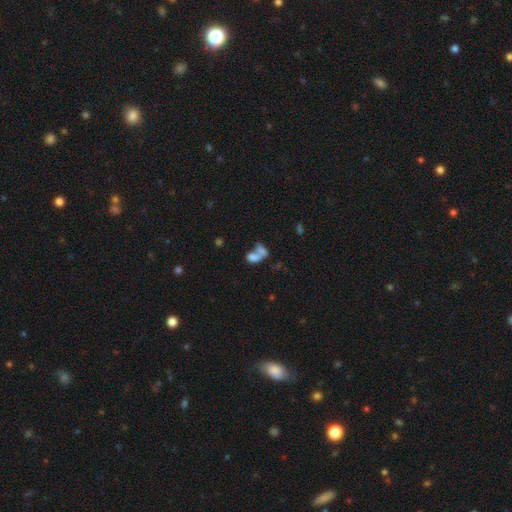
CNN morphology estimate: Q: Smooth or featured?
A: smooth (67%); runner-up: featured or disk (21%)
Q: How rounded?
A: in between (81%); runner-up: round (14%)
Q: Merging?
A: merger (68%); runner-up: none (17%)